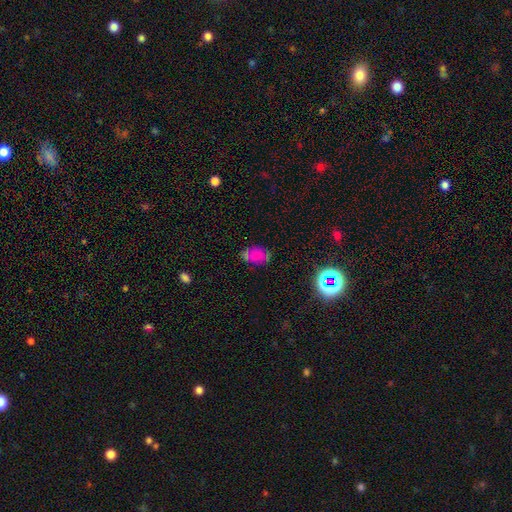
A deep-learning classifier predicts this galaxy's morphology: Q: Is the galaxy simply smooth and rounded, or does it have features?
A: smooth — 62%.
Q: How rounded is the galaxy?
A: in between — 80%.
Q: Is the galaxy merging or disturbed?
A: none — 62%.